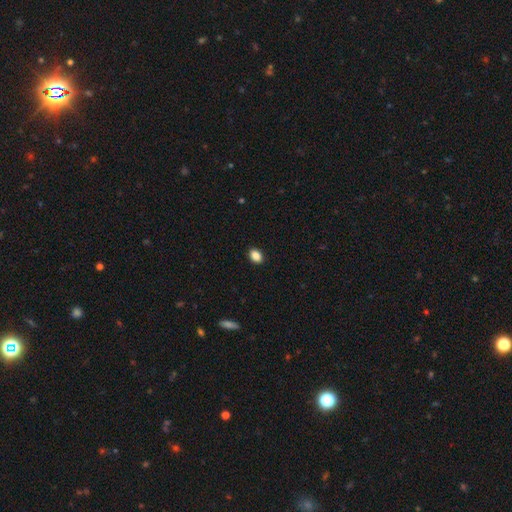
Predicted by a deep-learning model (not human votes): A smooth galaxy with no disk features (87%) that is in between round and cigar-shaped (79%). Merging: none (90%).